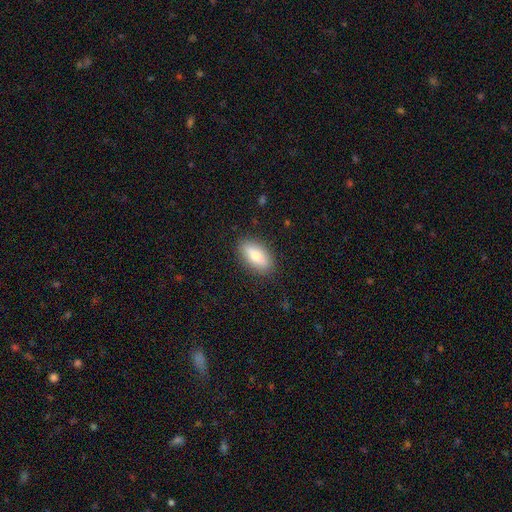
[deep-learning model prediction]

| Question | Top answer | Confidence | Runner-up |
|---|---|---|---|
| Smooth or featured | smooth | 74% | featured or disk (19%) |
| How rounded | in between | 83% | cigar-shaped (14%) |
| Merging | none | 87% | minor disturbance (10%) |